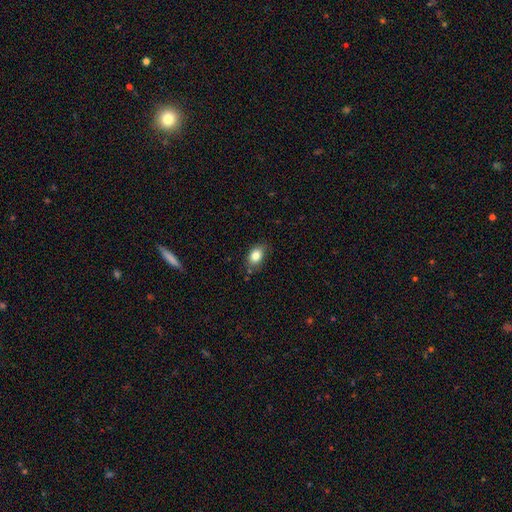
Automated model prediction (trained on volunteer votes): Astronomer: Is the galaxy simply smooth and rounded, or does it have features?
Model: smooth — 84%.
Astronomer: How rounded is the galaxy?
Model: in between — 80%.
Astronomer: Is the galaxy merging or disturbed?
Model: none — 78%.